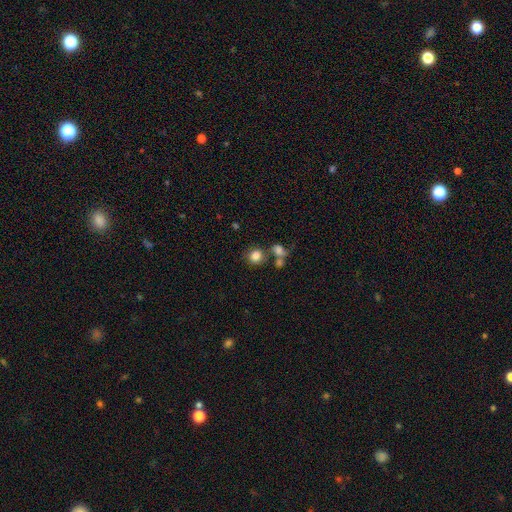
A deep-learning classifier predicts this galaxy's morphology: smooth 82%, star or artifact 11%, featured or disk 8%. Down the decision tree: how rounded — round (79%); merging — none (66%).